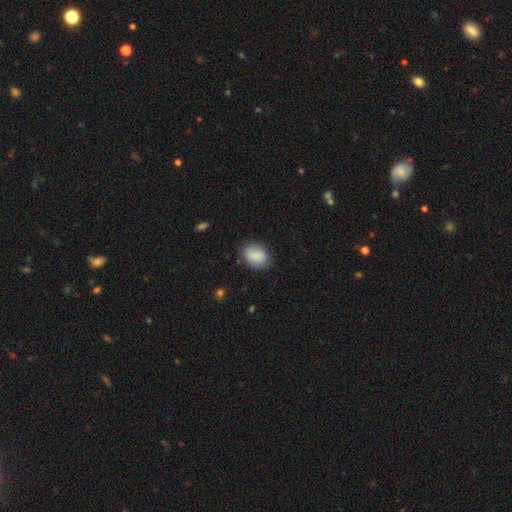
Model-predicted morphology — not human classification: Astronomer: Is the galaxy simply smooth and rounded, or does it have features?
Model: smooth — 86%.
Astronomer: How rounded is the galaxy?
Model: in between — 68%.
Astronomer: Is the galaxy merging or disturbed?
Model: none — 80%.